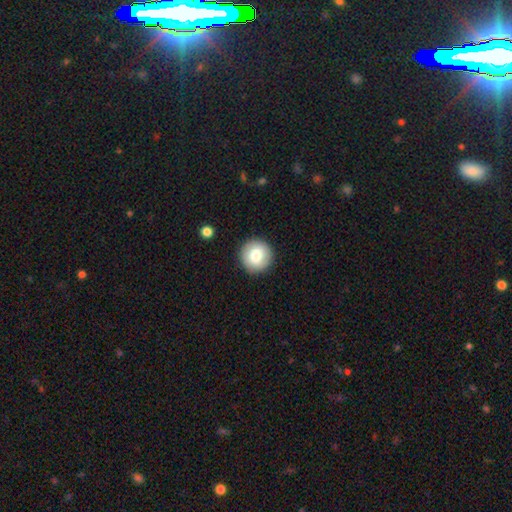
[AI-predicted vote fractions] A smooth galaxy with no disk features (79%) that is round (96%). Merging: none (91%).